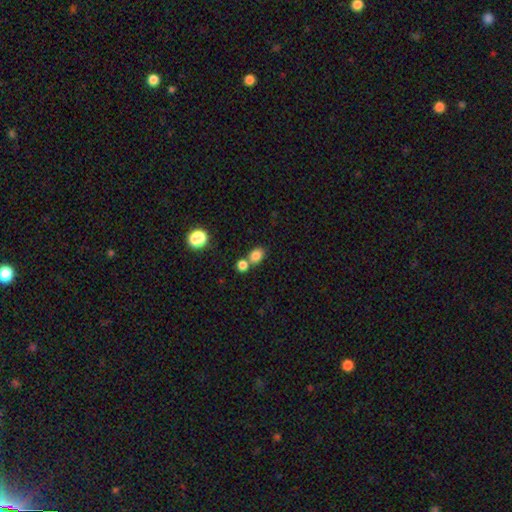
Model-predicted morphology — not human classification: Q: Smooth or featured?
A: smooth (82%); runner-up: star or artifact (11%)
Q: How rounded?
A: in between (50%); runner-up: round (48%)
Q: Merging?
A: none (51%); runner-up: merger (38%)